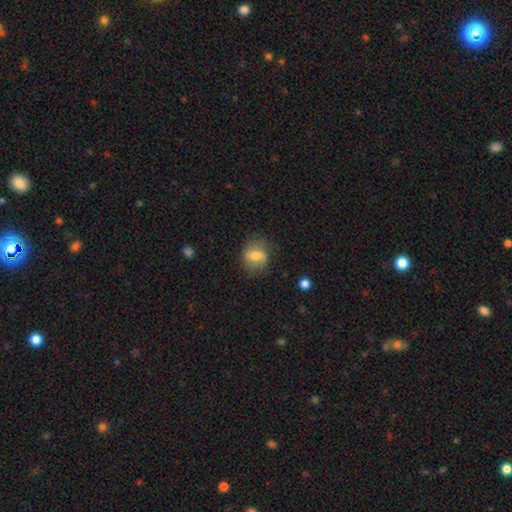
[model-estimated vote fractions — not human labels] Smooth or featured? Predicted: smooth (p=0.60). How rounded? Predicted: round (p=0.56). Merging? Predicted: none (p=0.73).